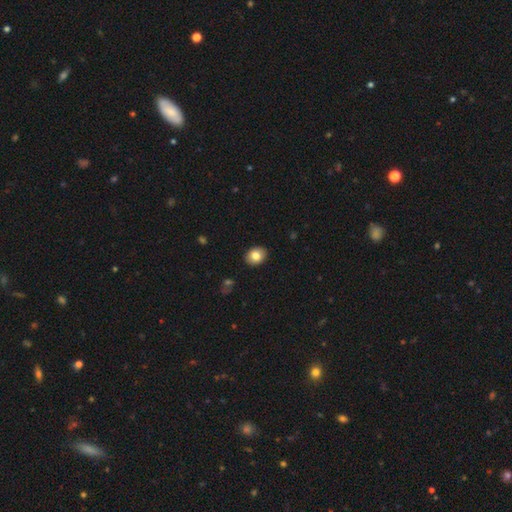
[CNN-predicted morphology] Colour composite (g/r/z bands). It shows a smooth galaxy with no disk features (82%) that is in between round and cigar-shaped (56%). Merging: none (90%).